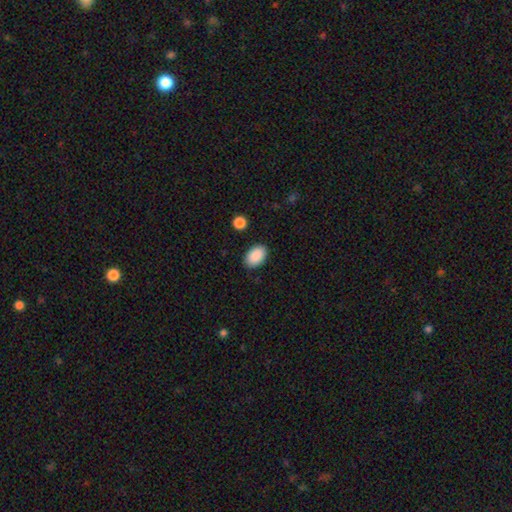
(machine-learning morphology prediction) Smooth or featured?
  - smooth: 90% *
  - star or artifact: 7%
  - featured or disk: 3%
How rounded?
  - in between: 90% *
  - round: 9%
  - cigar-shaped: 1%
Merging?
  - none: 88% *
  - minor disturbance: 9%
  - major disturbance: 2%
  - merger: 1%